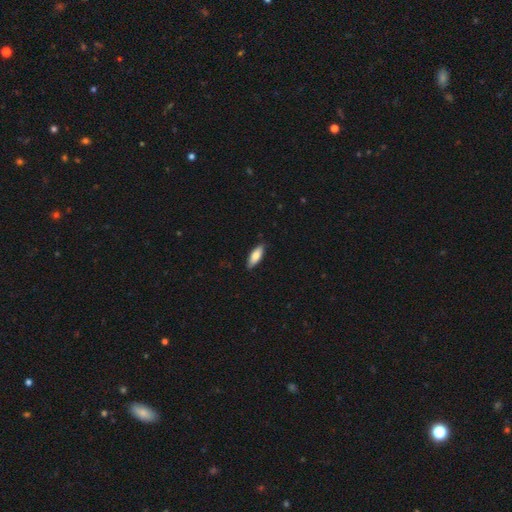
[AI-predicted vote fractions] Smooth or featured? smooth (78%)
How rounded? in between (68%)
Merging? none (86%)